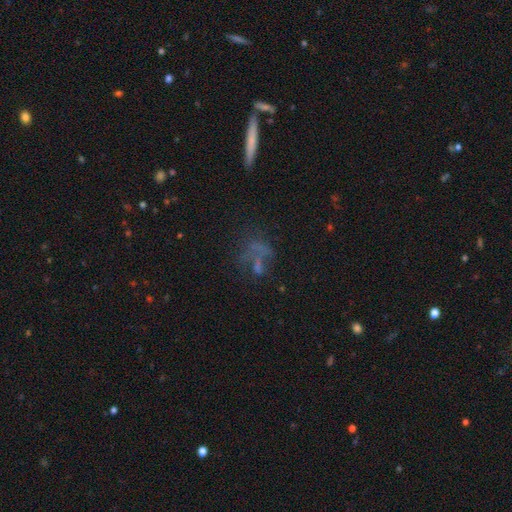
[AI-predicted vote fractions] Smooth or featured: featured or disk — 36% (smooth — 35%)
Merging: none — 50% (major disturbance — 22%)